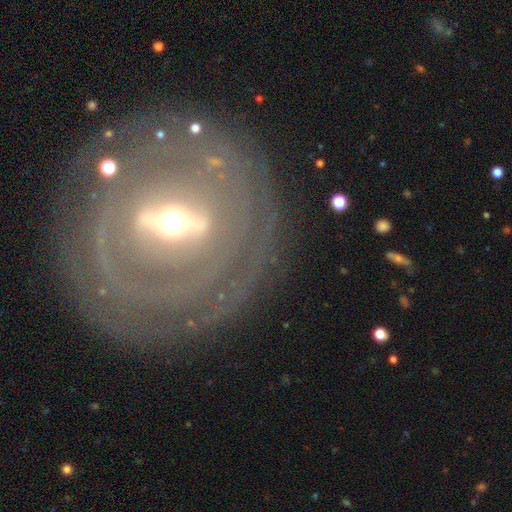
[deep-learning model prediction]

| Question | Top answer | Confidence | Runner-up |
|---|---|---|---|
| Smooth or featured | featured or disk | 83% | smooth (10%) |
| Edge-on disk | no | 82% | yes (18%) |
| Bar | strong | 63% | weak (24%) |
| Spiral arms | yes | 57% | no (43%) |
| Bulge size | moderate | 62% | small (28%) |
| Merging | none | 80% | minor disturbance (11%) |